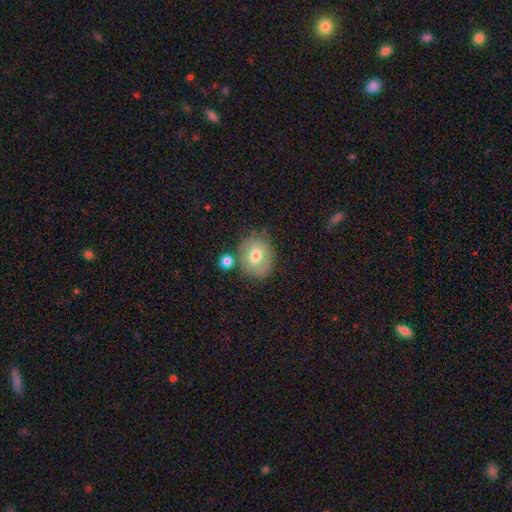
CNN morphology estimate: type=smooth (68%); roundness=round (63%); merging=none (69%).